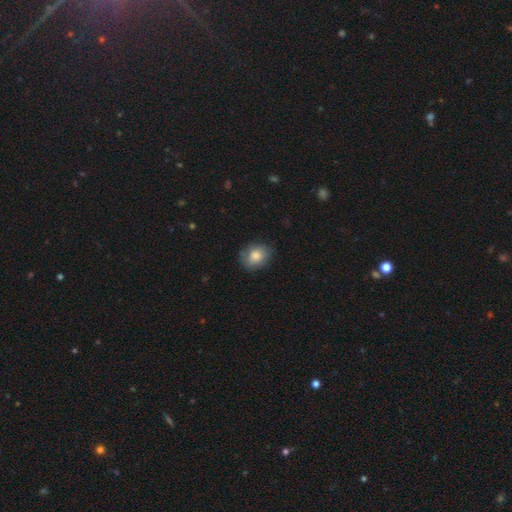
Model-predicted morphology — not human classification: smooth_or_featured: smooth (p=0.82) [alt: featured or disk p=0.10]
how_rounded: in between (p=0.56) [alt: round p=0.43]
merging: none (p=0.78) [alt: minor disturbance p=0.17]